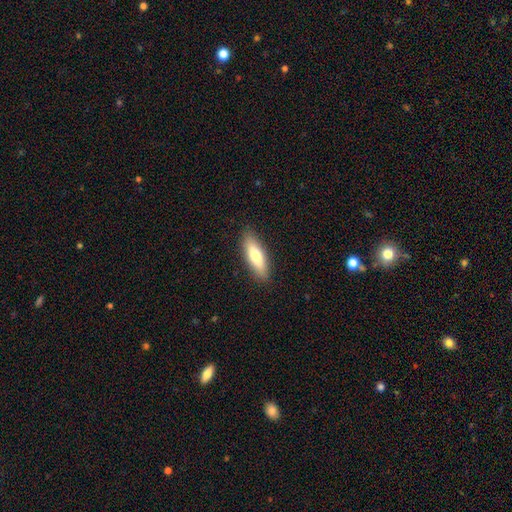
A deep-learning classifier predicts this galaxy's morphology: A smooth galaxy with no disk features (70%) that is cigar-shaped (52%).

Vote fractions:
- Smooth or featured? smooth: 70% / featured or disk: 24% / star or artifact: 6%
- How rounded? cigar-shaped: 52% / in between: 46% / round: 2%
- Merging? none: 88% / minor disturbance: 9% / major disturbance: 2% / merger: 1%